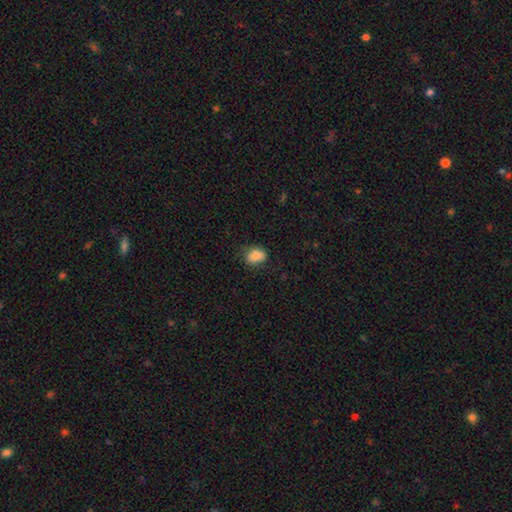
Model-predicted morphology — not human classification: A smooth galaxy with no disk features (86%) that is in between round and cigar-shaped (74%).

Vote fractions:
- Smooth or featured? smooth: 86% / star or artifact: 9% / featured or disk: 5%
- How rounded? in between: 74% / round: 25% / cigar-shaped: 1%
- Merging? none: 68% / minor disturbance: 24% / major disturbance: 7% / merger: 1%